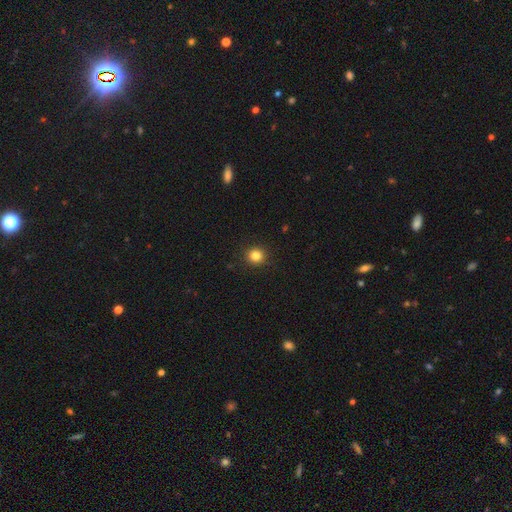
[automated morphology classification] type=smooth (83%); roundness=round (93%); merging=none (92%).